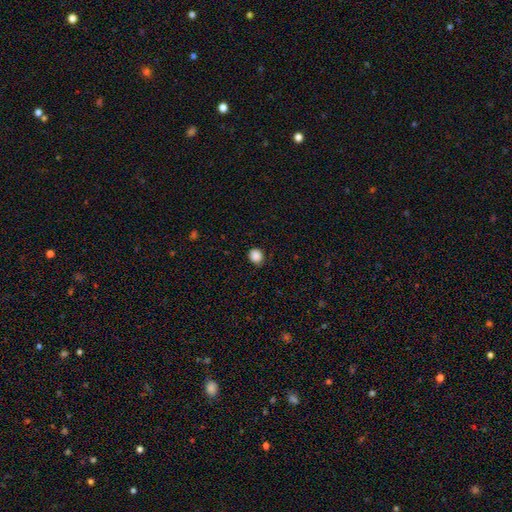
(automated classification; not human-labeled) The model was most divided on "how rounded": round: 80%, in between: 19%, cigar-shaped: 1%. More confident: smooth or featured — smooth (87%); merging — none (82%).